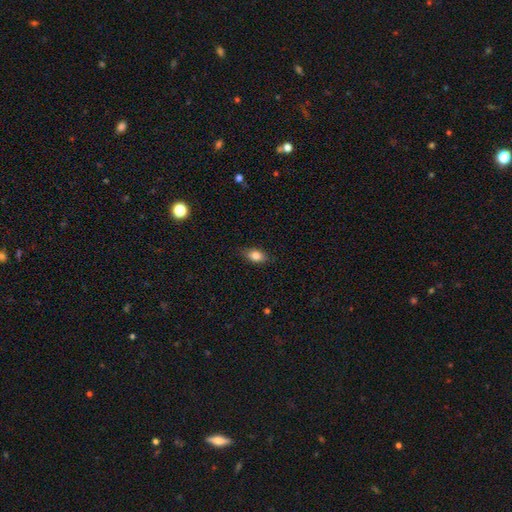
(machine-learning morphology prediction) Smooth or featured?
  - smooth: 82% *
  - featured or disk: 10%
  - star or artifact: 9%
How rounded?
  - in between: 83% *
  - round: 12%
  - cigar-shaped: 4%
Merging?
  - none: 83% *
  - minor disturbance: 14%
  - major disturbance: 3%
  - merger: 1%